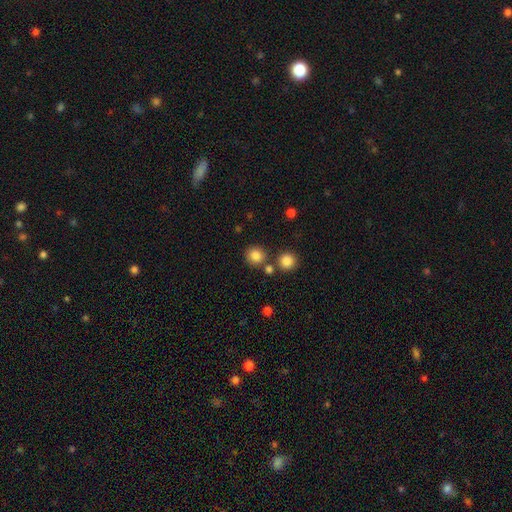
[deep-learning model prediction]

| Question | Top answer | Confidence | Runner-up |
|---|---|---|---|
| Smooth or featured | smooth | 84% | star or artifact (11%) |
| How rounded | round | 90% | in between (9%) |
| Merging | none | 77% | merger (12%) |